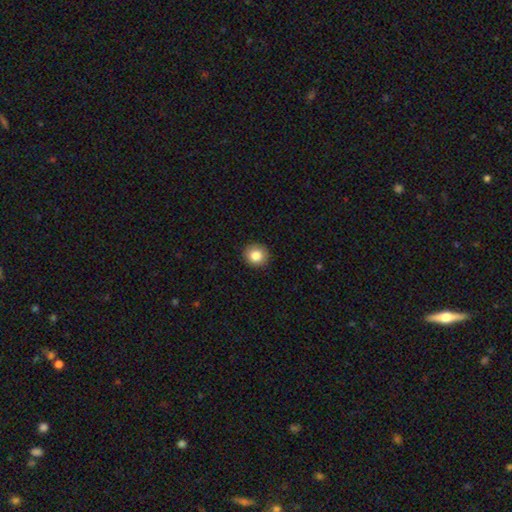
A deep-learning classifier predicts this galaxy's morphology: smooth 84%, star or artifact 9%, featured or disk 7%. Down the decision tree: how rounded — round (89%); merging — none (92%).